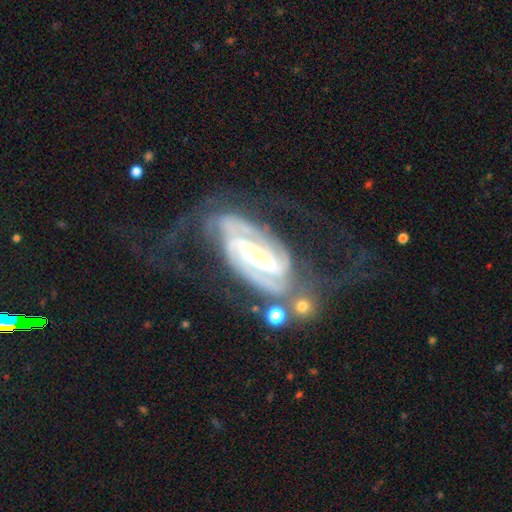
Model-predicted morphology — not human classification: smooth_or_featured: featured or disk (p=0.92) [alt: star or artifact p=0.05]
disk_edge_on: no (p=0.95) [alt: yes p=0.05]
bar: strong (p=0.39) [alt: weak p=0.35]
has_spiral_arms: yes (p=0.98) [alt: no p=0.02]
spiral_winding: tight (p=0.56) [alt: medium p=0.35]
spiral_arm_count: 2 (p=0.64) [alt: 3 p=0.15]
bulge_size: moderate (p=0.52) [alt: small p=0.43]
merging: none (p=0.53) [alt: major disturbance p=0.22]